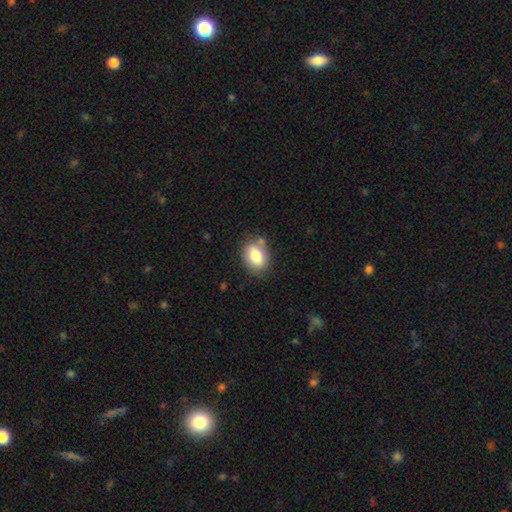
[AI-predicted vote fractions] The model was most divided on "how rounded": in between: 74%, round: 25%, cigar-shaped: 1%. More confident: smooth or featured — smooth (80%); merging — none (74%).